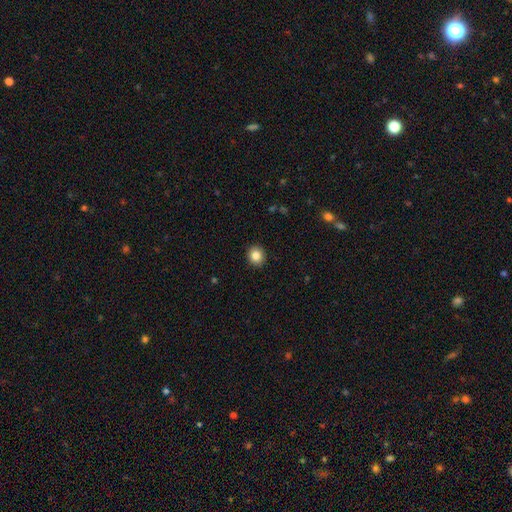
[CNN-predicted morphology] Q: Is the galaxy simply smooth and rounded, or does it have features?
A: smooth — 84%.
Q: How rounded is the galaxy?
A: round — 83%.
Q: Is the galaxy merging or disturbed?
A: none — 92%.